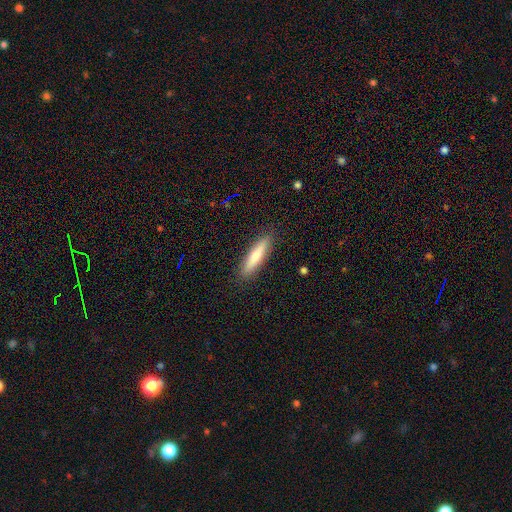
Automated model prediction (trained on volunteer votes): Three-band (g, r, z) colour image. It shows a smooth galaxy with no disk features (75%) that is cigar-shaped (82%). Merging: none (89%).